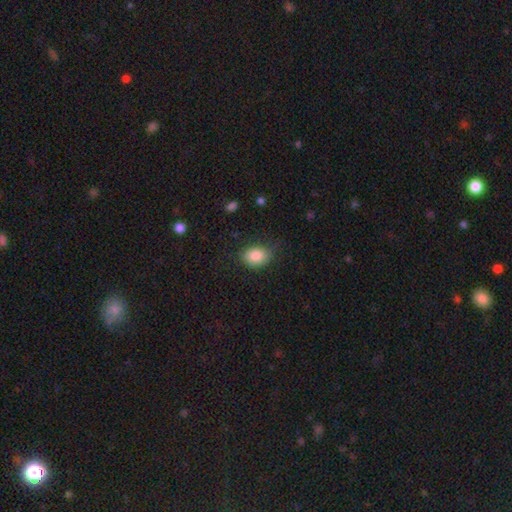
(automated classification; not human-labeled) The model was most divided on "how rounded": in between: 67%, round: 32%, cigar-shaped: 1%. More confident: smooth or featured — smooth (85%); merging — none (70%).